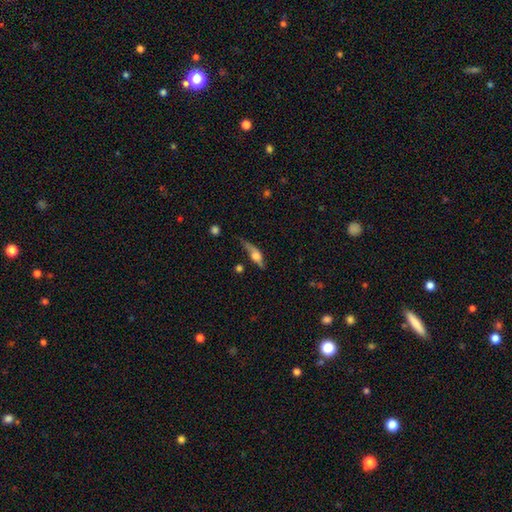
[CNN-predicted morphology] smooth-or-featured: featured or disk: 49% | smooth: 42% | star or artifact: 8%
  merging: none: 47% | minor disturbance: 29% | major disturbance: 18% | merger: 7%